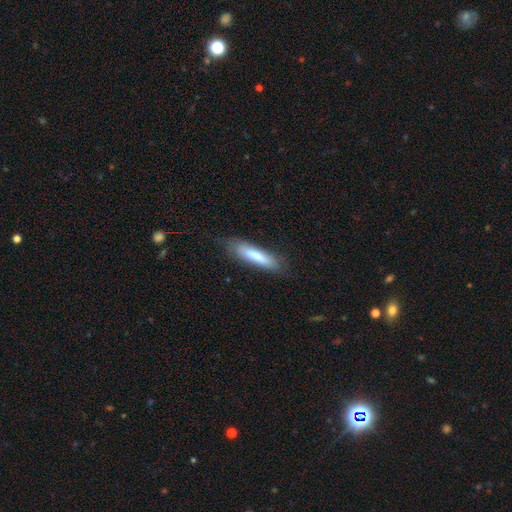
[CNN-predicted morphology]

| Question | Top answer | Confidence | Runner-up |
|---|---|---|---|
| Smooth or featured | smooth | 74% | featured or disk (21%) |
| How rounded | cigar-shaped | 73% | in between (25%) |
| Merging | none | 77% | minor disturbance (17%) |